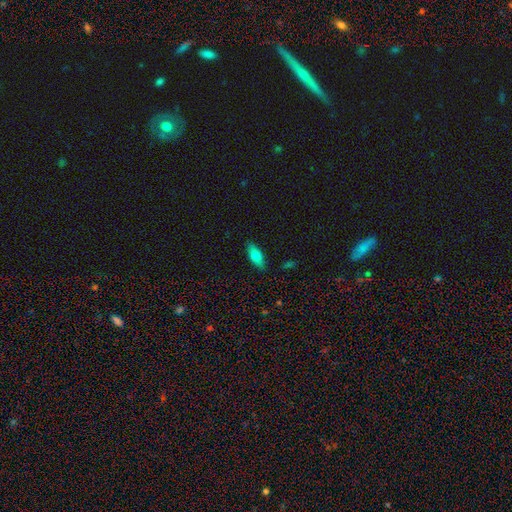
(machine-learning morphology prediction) This appears to be a smooth galaxy with no disk features (75%) that is in between round and cigar-shaped (73%). Merging: none (86%).